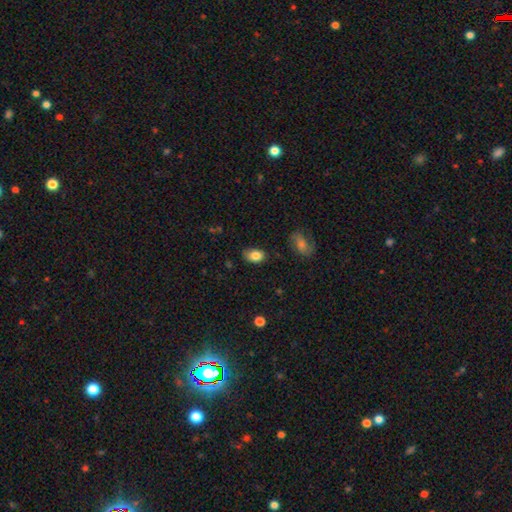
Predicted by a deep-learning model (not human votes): A smooth galaxy with no disk features (83%) that is in between round and cigar-shaped (85%).

Vote fractions:
- Smooth or featured? smooth: 83% / featured or disk: 9% / star or artifact: 8%
- How rounded? in between: 85% / round: 13% / cigar-shaped: 1%
- Merging? none: 77% / minor disturbance: 18% / major disturbance: 3% / merger: 2%